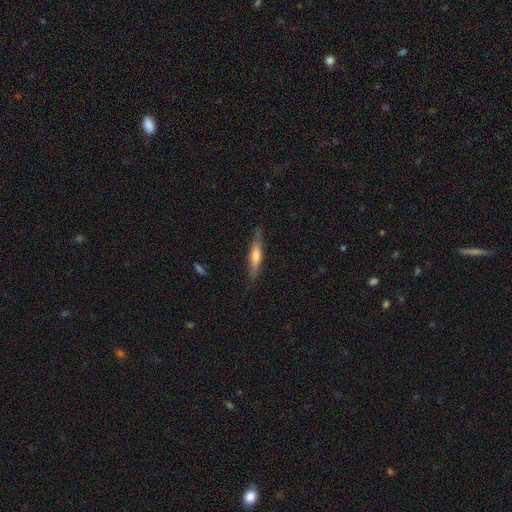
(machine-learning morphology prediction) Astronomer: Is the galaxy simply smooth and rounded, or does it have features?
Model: featured or disk — 51% (runner-up: smooth, 43%).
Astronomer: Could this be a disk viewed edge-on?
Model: yes — 92%.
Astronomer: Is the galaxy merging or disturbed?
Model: none — 82%.